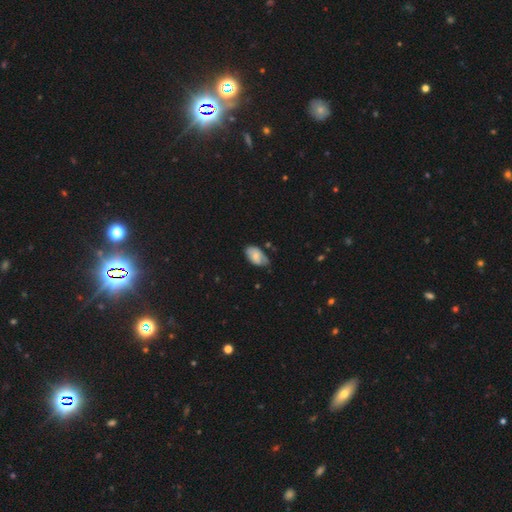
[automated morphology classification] smooth_or_featured: smooth (p=0.68) [alt: featured or disk p=0.25]
how_rounded: in between (p=0.93) [alt: round p=0.05]
merging: none (p=0.50) [alt: minor disturbance p=0.39]